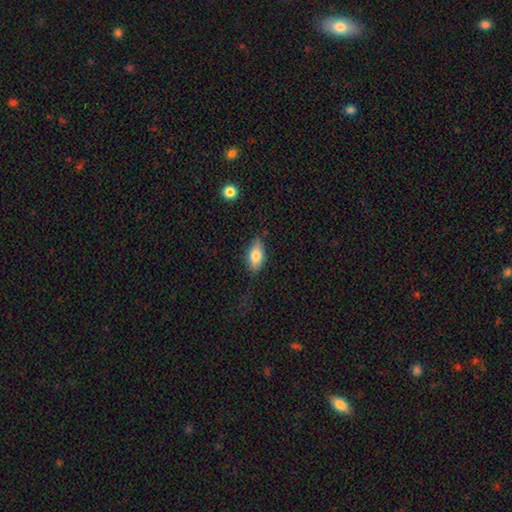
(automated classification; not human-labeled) Morphology: type=smooth (71%); roundness=in between (86%); merging=none (72%).